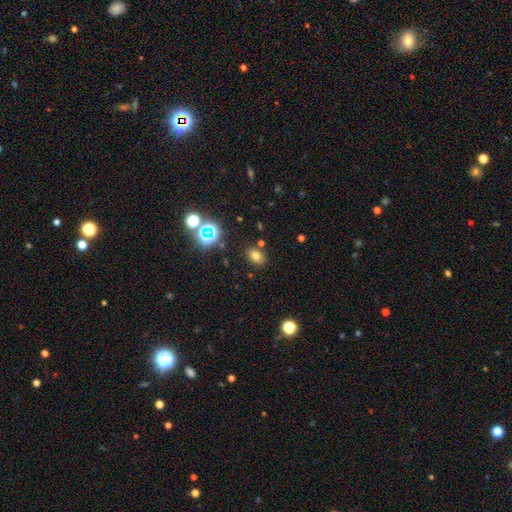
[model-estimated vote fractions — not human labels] A smooth galaxy with no disk features (73%) that is in between round and cigar-shaped (68%).

Vote fractions:
- Smooth or featured? smooth: 73% / star or artifact: 18% / featured or disk: 8%
- How rounded? in between: 68% / round: 30% / cigar-shaped: 1%
- Merging? none: 82% / minor disturbance: 10% / merger: 5% / major disturbance: 3%